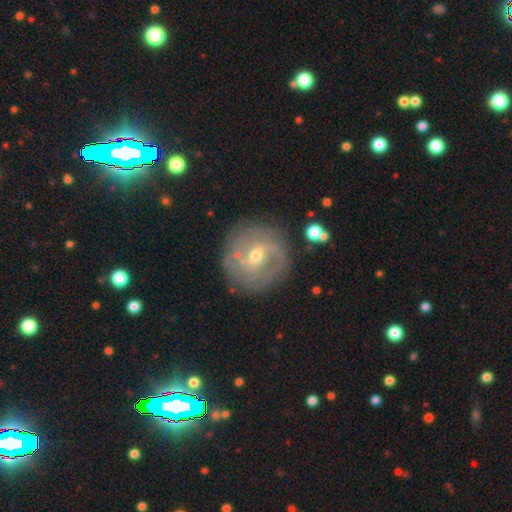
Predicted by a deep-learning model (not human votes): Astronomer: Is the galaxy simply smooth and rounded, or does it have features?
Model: featured or disk — 77%.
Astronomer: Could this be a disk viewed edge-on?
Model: no — 97%.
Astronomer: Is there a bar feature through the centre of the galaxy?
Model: weak — 51% (runner-up: no, 35%).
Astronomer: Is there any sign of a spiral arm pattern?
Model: yes — 87%.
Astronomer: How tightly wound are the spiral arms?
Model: tight — 54% (runner-up: medium, 33%).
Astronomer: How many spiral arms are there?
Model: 2 — 41% (runner-up: can't tell, 30%).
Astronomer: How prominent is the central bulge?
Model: moderate — 52% (runner-up: small, 45%).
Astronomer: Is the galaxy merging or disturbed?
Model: none — 77%.